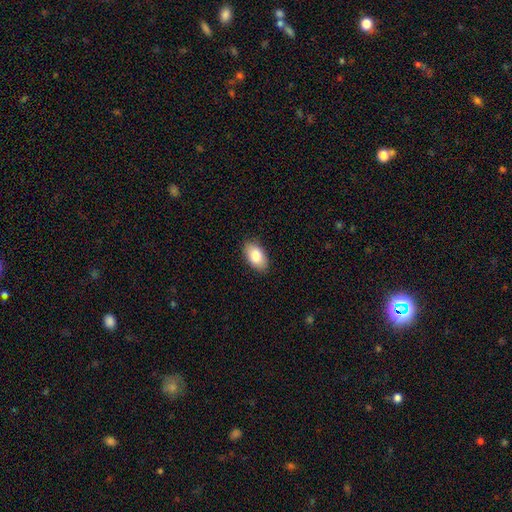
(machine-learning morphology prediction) Smooth or featured?
  - smooth: 84% *
  - featured or disk: 9%
  - star or artifact: 6%
How rounded?
  - in between: 94% *
  - round: 4%
  - cigar-shaped: 2%
Merging?
  - none: 88% *
  - minor disturbance: 9%
  - major disturbance: 2%
  - merger: 1%